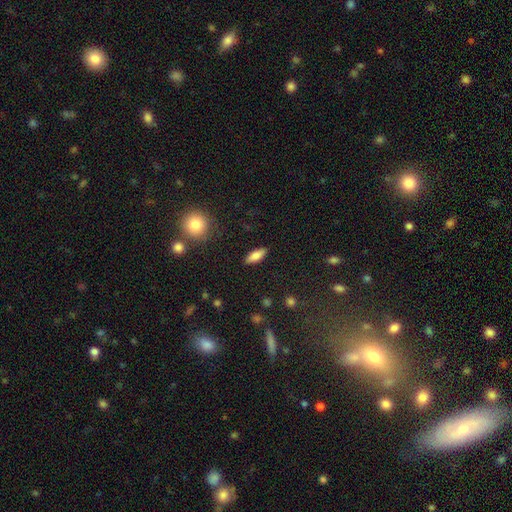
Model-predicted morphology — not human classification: Q: Smooth or featured?
A: smooth (74%); runner-up: featured or disk (18%)
Q: How rounded?
A: in between (65%); runner-up: cigar-shaped (32%)
Q: Merging?
A: none (88%); runner-up: minor disturbance (8%)